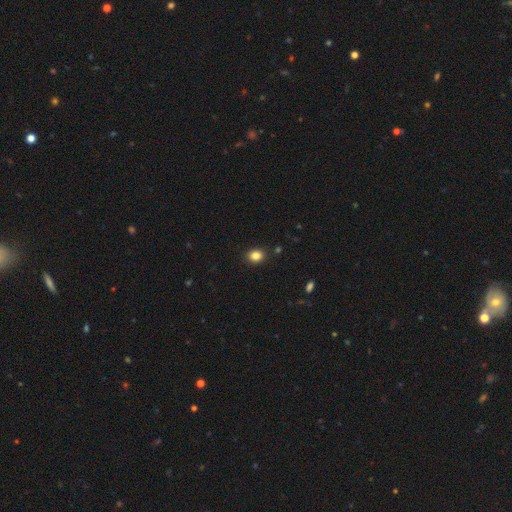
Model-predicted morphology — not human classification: Smooth or featured?
  - smooth: 84% *
  - star or artifact: 11%
  - featured or disk: 5%
How rounded?
  - round: 60% *
  - in between: 39%
  - cigar-shaped: 1%
Merging?
  - none: 89% *
  - minor disturbance: 8%
  - major disturbance: 2%
  - merger: 2%